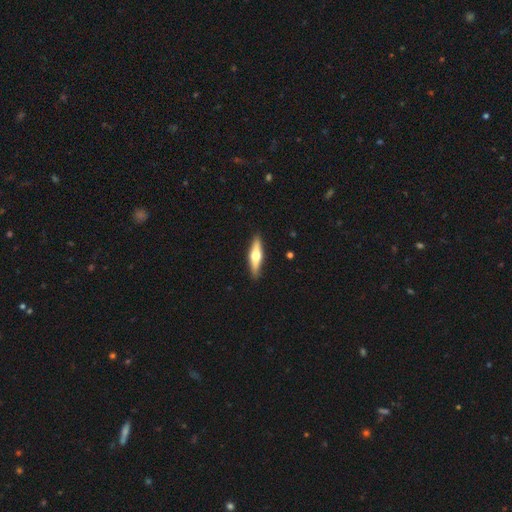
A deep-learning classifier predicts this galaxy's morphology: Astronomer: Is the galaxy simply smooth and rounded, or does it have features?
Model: featured or disk — 56% (runner-up: smooth, 38%).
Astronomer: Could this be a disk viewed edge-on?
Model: yes — 94%.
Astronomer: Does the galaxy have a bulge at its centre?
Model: rounded — 95%.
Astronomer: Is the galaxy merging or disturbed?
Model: none — 90%.